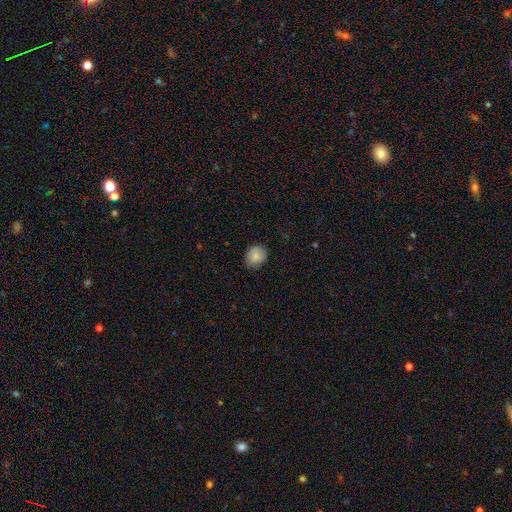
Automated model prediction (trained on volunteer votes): Morphology: type=smooth (84%); roundness=round (70%); merging=none (78%).